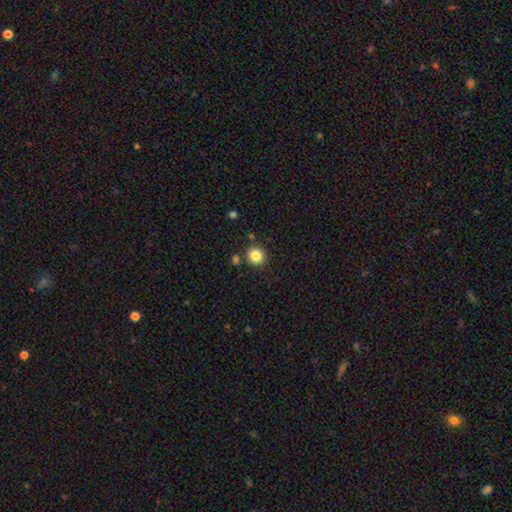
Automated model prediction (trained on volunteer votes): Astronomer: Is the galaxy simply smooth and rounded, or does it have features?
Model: smooth — 84%.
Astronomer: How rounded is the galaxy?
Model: round — 90%.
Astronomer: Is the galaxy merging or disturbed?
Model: none — 86%.